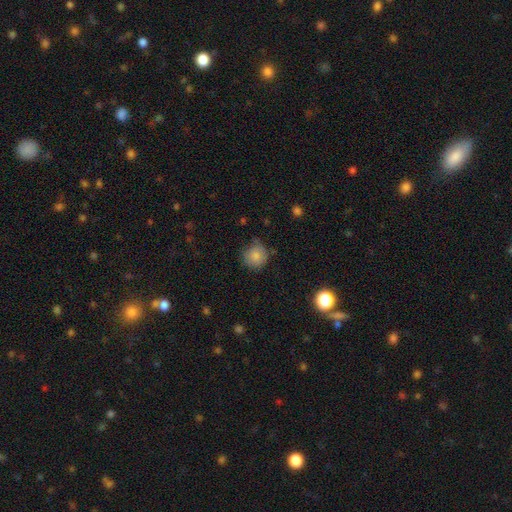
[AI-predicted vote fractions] Morphology: type=smooth (83%); roundness=round (89%); merging=none (72%).